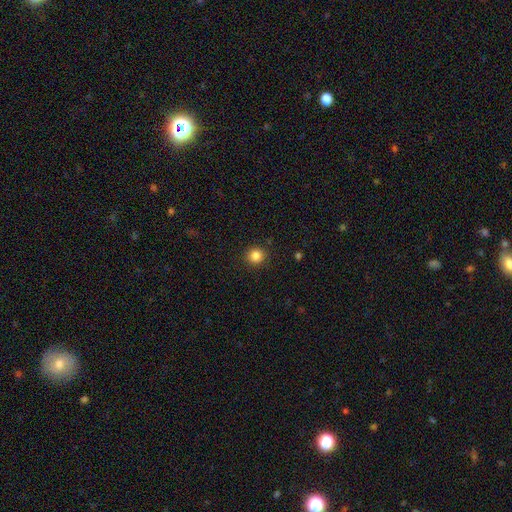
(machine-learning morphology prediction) A smooth galaxy with no disk features (84%) that is round (91%). Merging: none (91%).